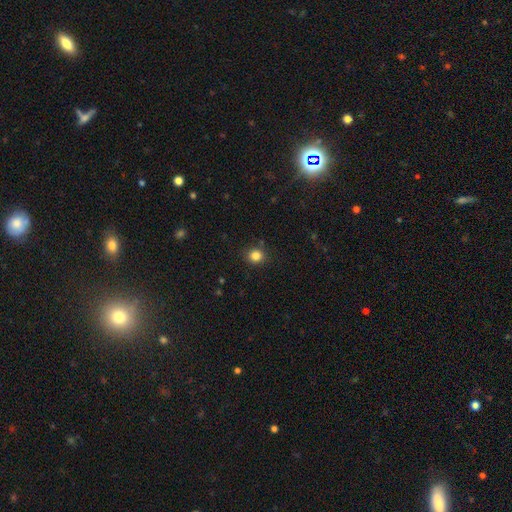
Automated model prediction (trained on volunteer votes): The model was most divided on "how rounded": round: 83%, in between: 16%, cigar-shaped: 1%. More confident: merging — none (87%); smooth or featured — smooth (83%).